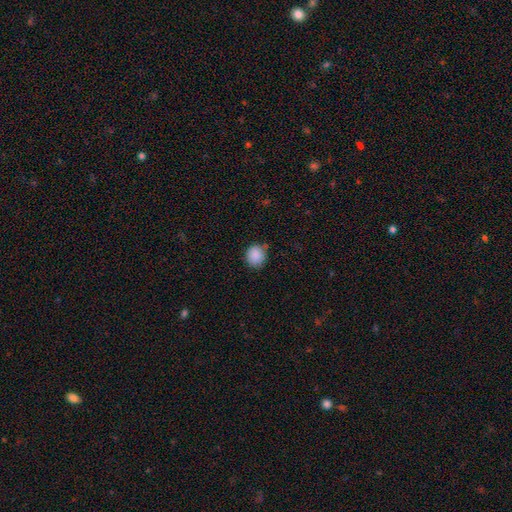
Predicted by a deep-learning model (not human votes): Q: Smooth or featured?
A: smooth (88%); runner-up: star or artifact (8%)
Q: How rounded?
A: round (82%); runner-up: in between (17%)
Q: Merging?
A: none (77%); runner-up: minor disturbance (18%)